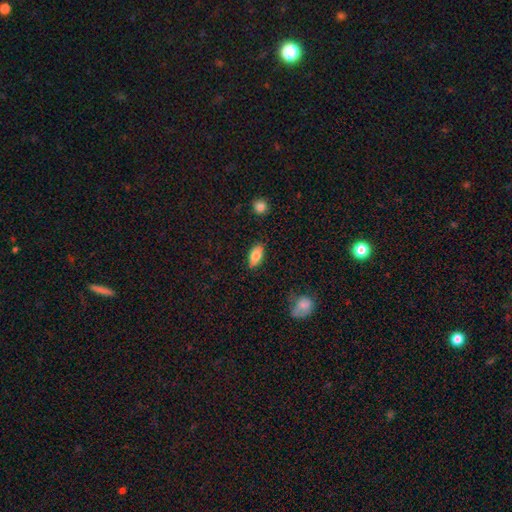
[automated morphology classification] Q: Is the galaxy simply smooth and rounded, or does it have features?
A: smooth — 80%.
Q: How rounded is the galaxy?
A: in between — 87%.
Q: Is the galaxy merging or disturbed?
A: none — 84%.